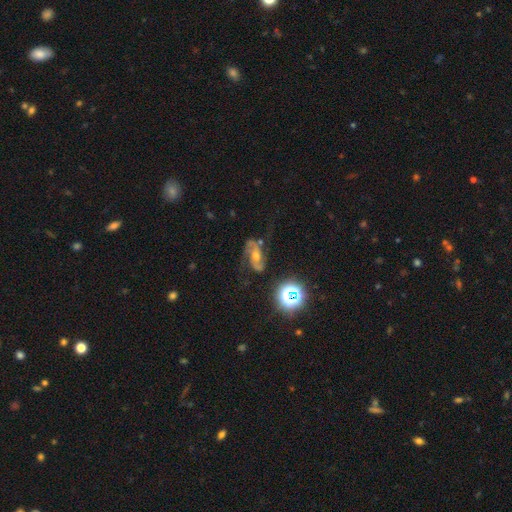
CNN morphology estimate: The model was most divided on "spiral winding": medium: 44%, loose: 35%, tight: 20%. More confident: edge-on disk — no (93%); spiral arms — yes (87%); spiral arm count — 2 (77%); smooth or featured — featured or disk (64%); bulge size — moderate (63%); merging — none (59%); bar — no (53%).